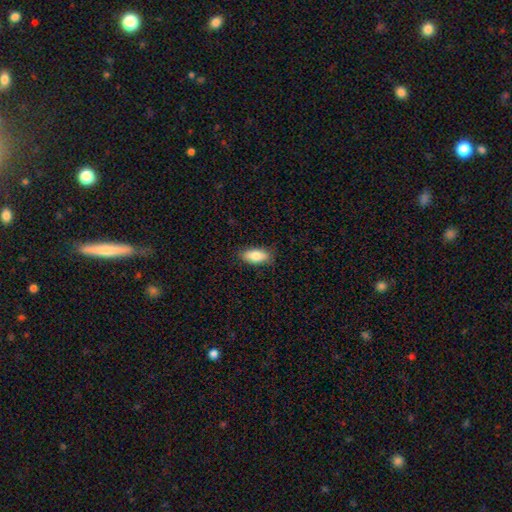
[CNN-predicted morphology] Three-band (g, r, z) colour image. It shows a smooth galaxy with no disk features (82%) that is in between round and cigar-shaped (87%). Merging: none (84%).